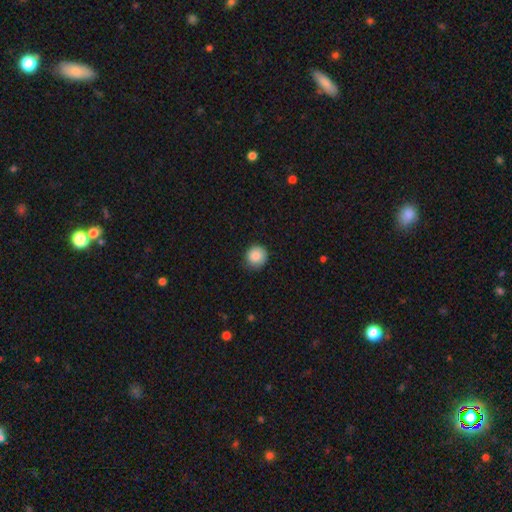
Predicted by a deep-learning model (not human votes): A smooth galaxy with no disk features (85%) that is round (92%). Merging: none (81%).